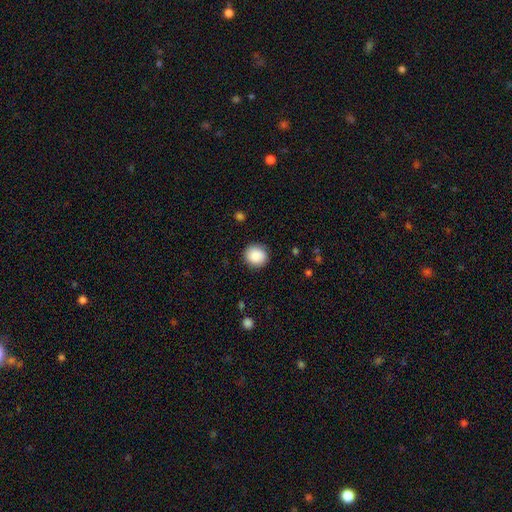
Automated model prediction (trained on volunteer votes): This appears to be a smooth galaxy with no disk features (88%) that is round (89%). Merging: none (88%).